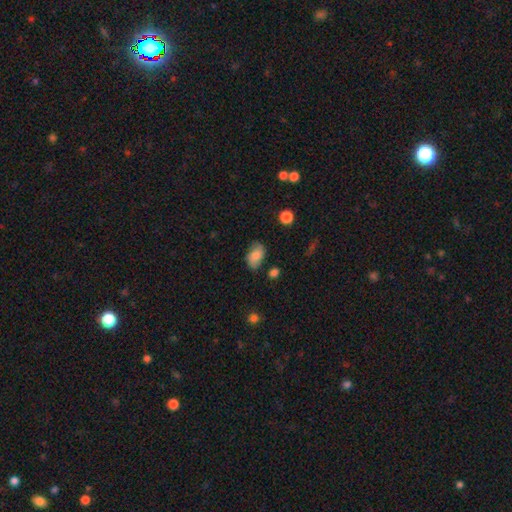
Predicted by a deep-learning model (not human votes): smooth-or-featured: smooth: 65% | featured or disk: 26% | star or artifact: 9%
  how-rounded: in between: 88% | round: 11% | cigar-shaped: 2%
  merging: none: 70% | minor disturbance: 22% | major disturbance: 6% | merger: 3%